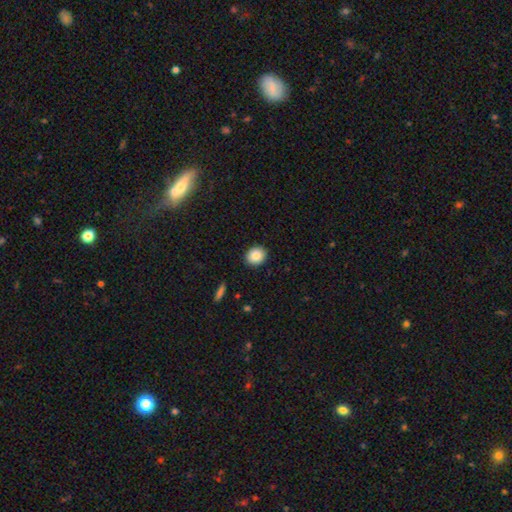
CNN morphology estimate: smooth_or_featured: smooth (p=0.88) [alt: star or artifact p=0.08]
how_rounded: round (p=0.73) [alt: in between p=0.26]
merging: none (p=0.91) [alt: minor disturbance p=0.06]